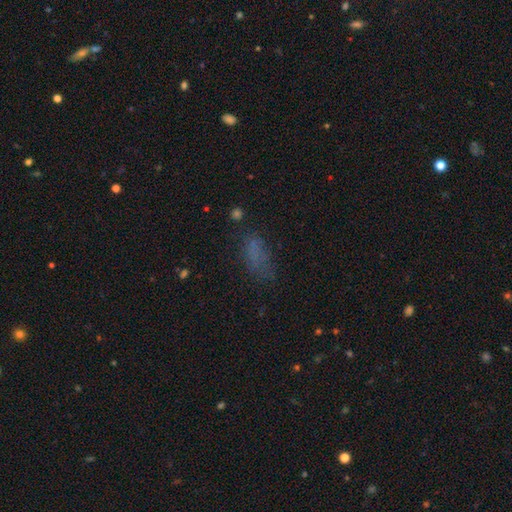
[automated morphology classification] A smooth galaxy with no disk features (65%) that is in between round and cigar-shaped (74%).

Vote fractions:
- Smooth or featured? smooth: 65% / star or artifact: 20% / featured or disk: 15%
- How rounded? in between: 74% / cigar-shaped: 21% / round: 5%
- Merging? none: 51% / minor disturbance: 24% / major disturbance: 20% / merger: 4%